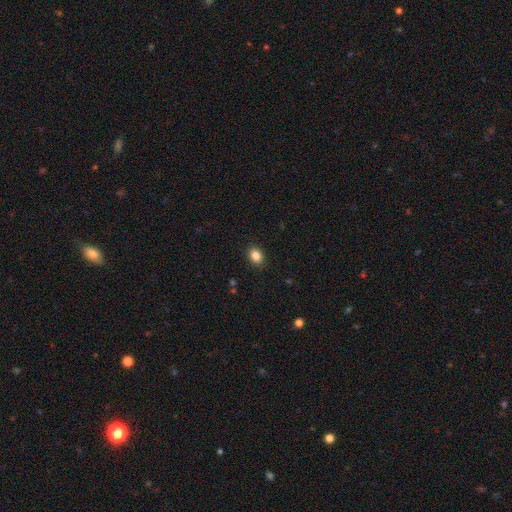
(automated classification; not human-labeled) This appears to be a smooth galaxy with no disk features (86%) that is in between round and cigar-shaped (64%). Merging: none (89%).